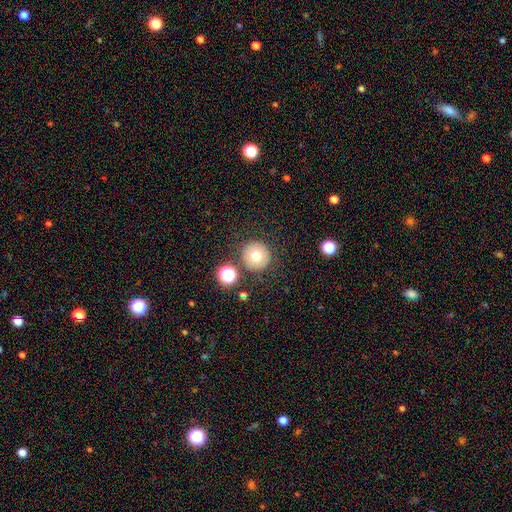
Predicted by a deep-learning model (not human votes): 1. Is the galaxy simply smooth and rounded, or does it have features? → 73% smooth, 14% featured or disk, 13% star or artifact.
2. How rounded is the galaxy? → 96% round, 3% in between, 1% cigar-shaped.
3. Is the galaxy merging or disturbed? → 84% none, 7% minor disturbance, 5% merger, 3% major disturbance.